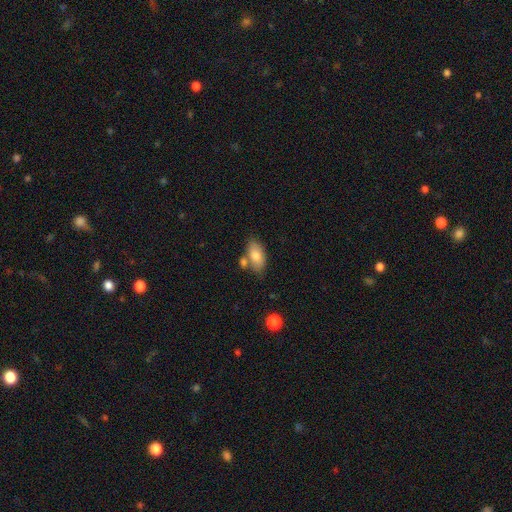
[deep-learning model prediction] Smooth or featured?
  - smooth: 79% *
  - featured or disk: 14%
  - star or artifact: 7%
How rounded?
  - in between: 91% *
  - cigar-shaped: 5%
  - round: 4%
Merging?
  - none: 63% *
  - merger: 18%
  - minor disturbance: 15%
  - major disturbance: 4%